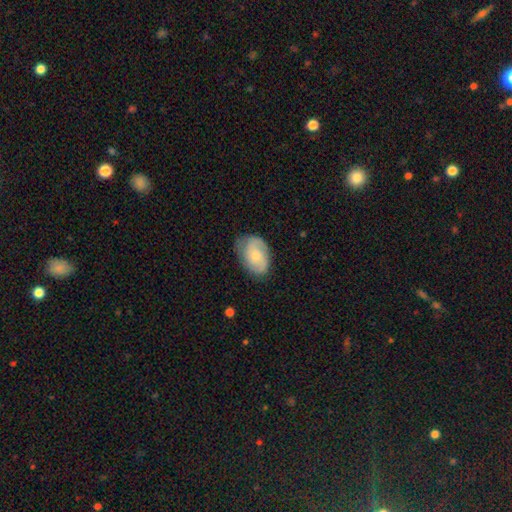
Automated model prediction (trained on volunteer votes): smooth_or_featured: smooth (p=0.47) [alt: featured or disk p=0.46]
merging: none (p=0.67) [alt: minor disturbance p=0.25]